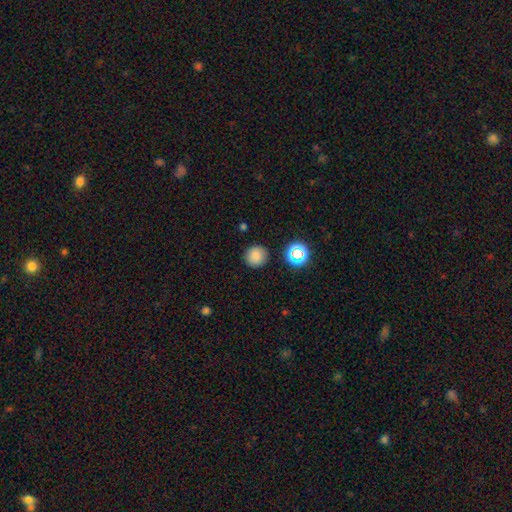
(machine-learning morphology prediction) This appears to be a smooth galaxy with no disk features (80%) that is round (93%). Merging: none (88%).